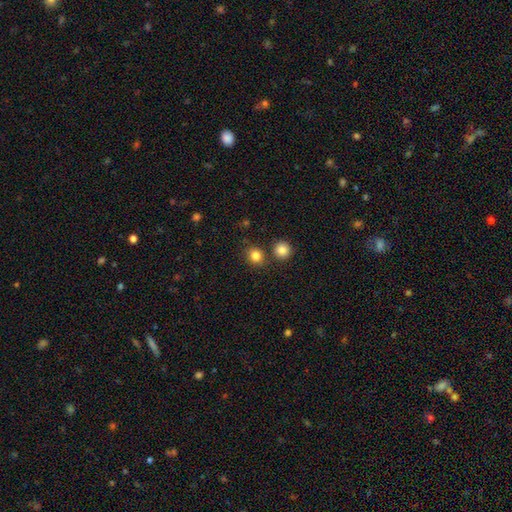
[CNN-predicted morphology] A smooth galaxy with no disk features (82%) that is round (83%). Merging: none (77%).